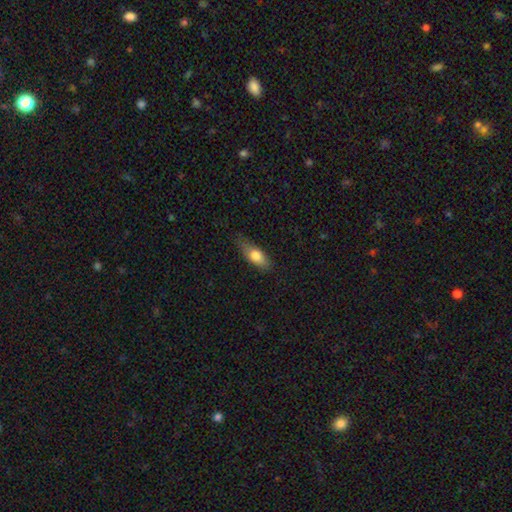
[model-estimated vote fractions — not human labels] This appears to be a smooth galaxy with no disk features (75%) that is in between round and cigar-shaped (74%). Merging: none (65%).